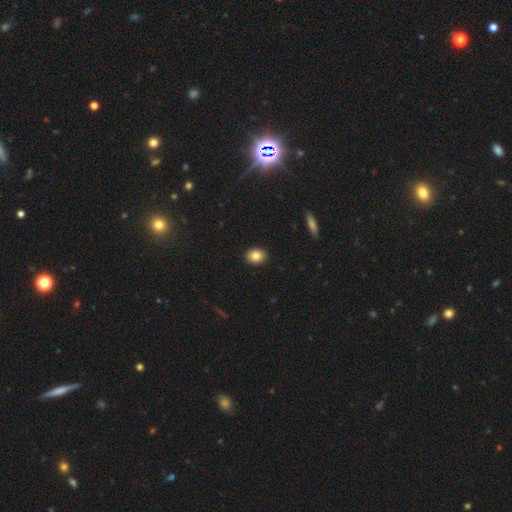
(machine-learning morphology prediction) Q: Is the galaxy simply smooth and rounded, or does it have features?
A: smooth — 84%.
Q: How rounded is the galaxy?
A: in between — 58%.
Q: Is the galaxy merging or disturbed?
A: none — 91%.